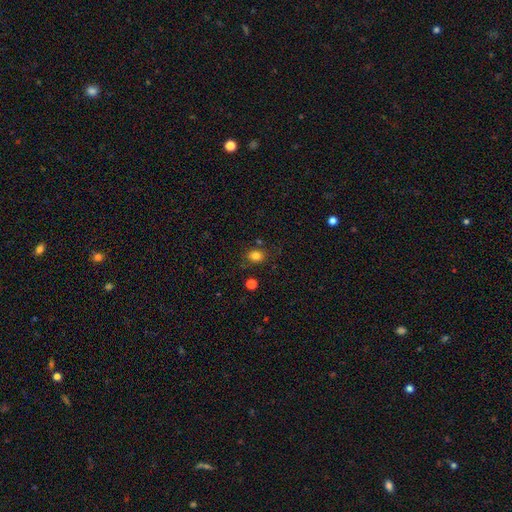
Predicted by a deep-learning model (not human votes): Smooth or featured? Predicted: smooth (p=0.81). How rounded? Predicted: round (p=0.60). Merging? Predicted: none (p=0.78).